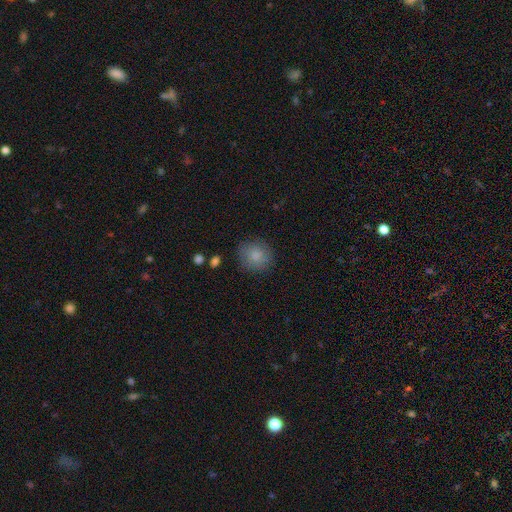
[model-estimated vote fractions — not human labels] smooth_or_featured: smooth (p=0.85) [alt: star or artifact p=0.08]
how_rounded: round (p=0.84) [alt: in between p=0.15]
merging: none (p=0.82) [alt: minor disturbance p=0.12]